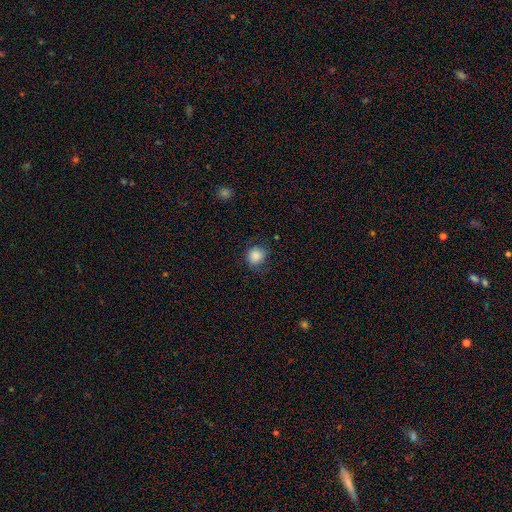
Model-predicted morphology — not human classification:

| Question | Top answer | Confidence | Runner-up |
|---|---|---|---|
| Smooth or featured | smooth | 81% | featured or disk (10%) |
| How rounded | round | 85% | in between (14%) |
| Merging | none | 68% | minor disturbance (21%) |